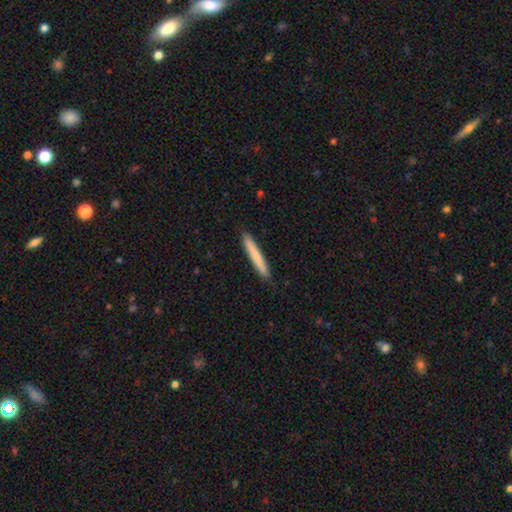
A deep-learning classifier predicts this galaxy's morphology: smooth_or_featured: smooth (p=0.75) [alt: featured or disk p=0.20]
how_rounded: cigar-shaped (p=0.96) [alt: in between p=0.03]
merging: none (p=0.91) [alt: minor disturbance p=0.07]